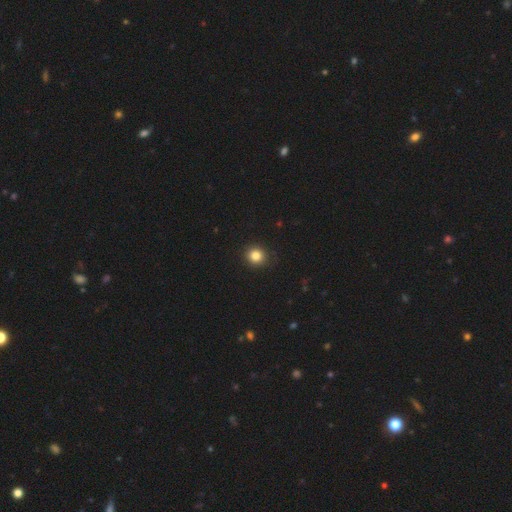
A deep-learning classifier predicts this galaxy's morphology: Overall: smooth (84%). How rounded: round (90%). Merging: none (92%).